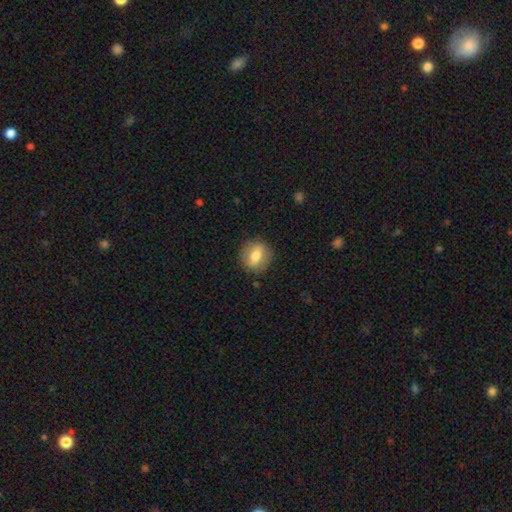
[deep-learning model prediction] The model was most divided on "smooth or featured": smooth: 61%, featured or disk: 31%, star or artifact: 8%. More confident: merging — none (87%); how rounded — round (72%).